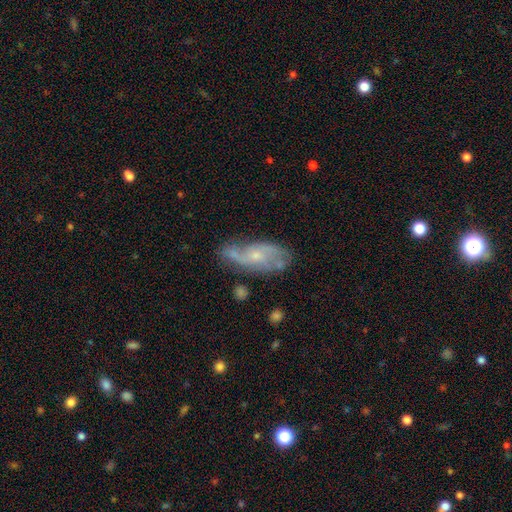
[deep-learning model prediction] Smooth or featured? featured or disk (73%)
Edge-on disk? no (92%)
Bar? no (68%)
Spiral arms? yes (86%)
Spiral winding? medium (41%)
Spiral arm count? 2 (62%)
Bulge size? small (68%)
Merging? none (60%)